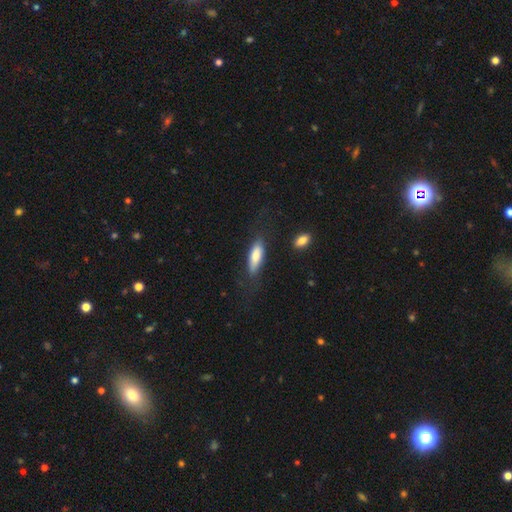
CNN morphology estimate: A smooth galaxy with no disk features (77%) that is in between round and cigar-shaped (50%). Merging: none (71%).